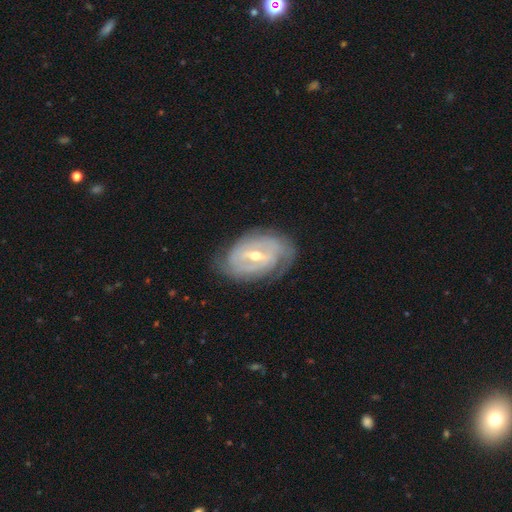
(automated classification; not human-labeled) Smooth or featured? featured or disk (85%)
Edge-on disk? no (95%)
Bar? weak (47%)
Spiral arms? yes (92%)
Spiral winding? tight (68%)
Spiral arm count? 2 (40%)
Bulge size? moderate (58%)
Merging? none (74%)